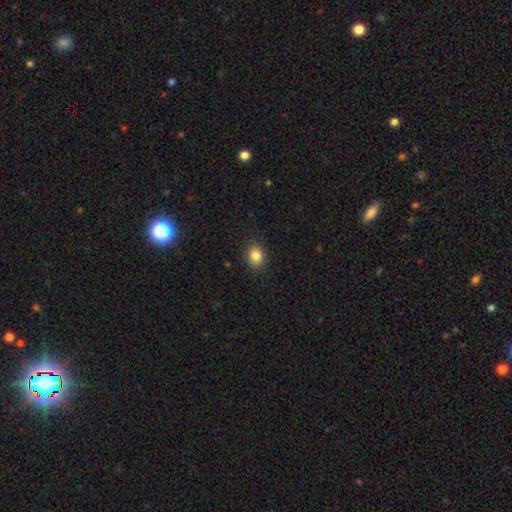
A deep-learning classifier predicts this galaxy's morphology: The model was most divided on "how rounded": in between: 54%, round: 45%, cigar-shaped: 1%. More confident: merging — none (88%); smooth or featured — smooth (86%).